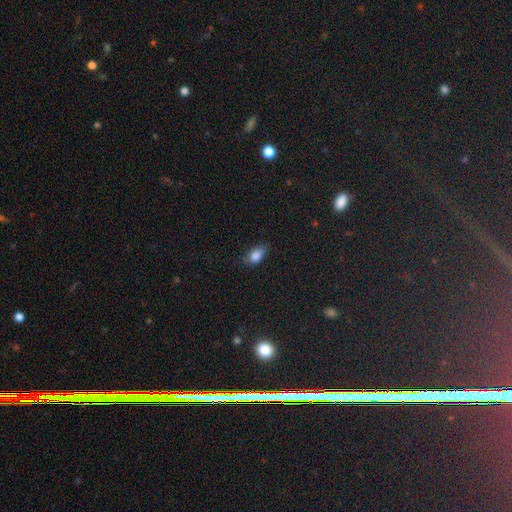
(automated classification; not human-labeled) The model was most divided on "merging": none: 65%, minor disturbance: 28%, major disturbance: 6%, merger: 1%. More confident: how rounded — in between (85%); smooth or featured — smooth (84%).